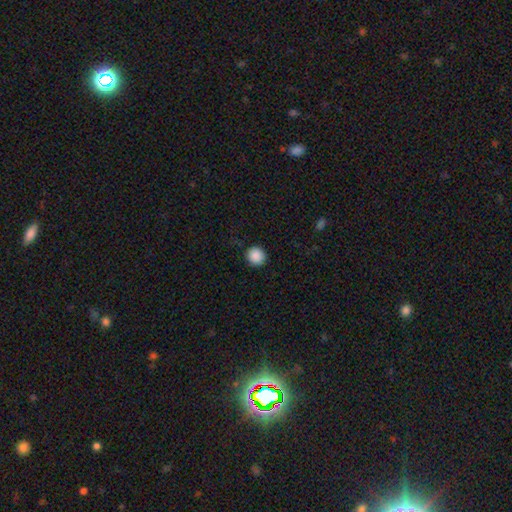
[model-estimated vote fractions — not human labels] Smooth or featured: smooth — 89% (star or artifact — 9%)
How rounded: round — 92% (in between — 7%)
Merging: none — 90% (minor disturbance — 7%)